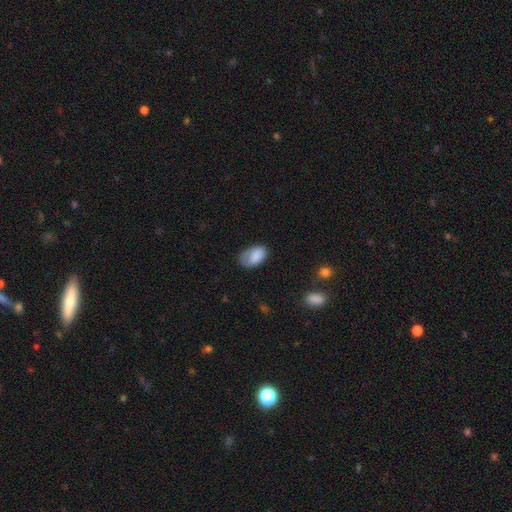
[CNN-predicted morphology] Smooth or featured? Predicted: smooth (p=0.83). How rounded? Predicted: in between (p=0.92). Merging? Predicted: none (p=0.58).